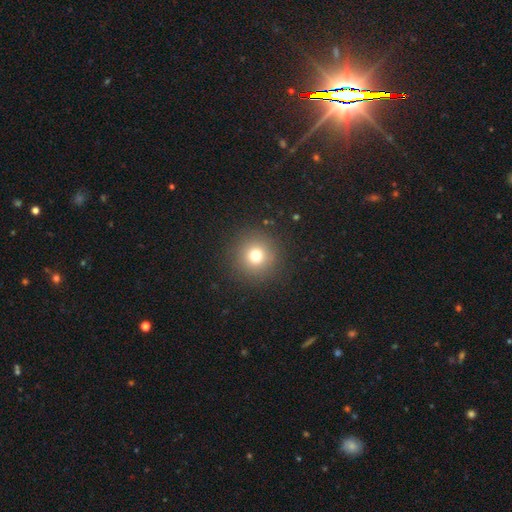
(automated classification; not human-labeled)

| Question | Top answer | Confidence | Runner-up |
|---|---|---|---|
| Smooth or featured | smooth | 75% | star or artifact (15%) |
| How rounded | round | 95% | in between (4%) |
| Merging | none | 91% | minor disturbance (5%) |